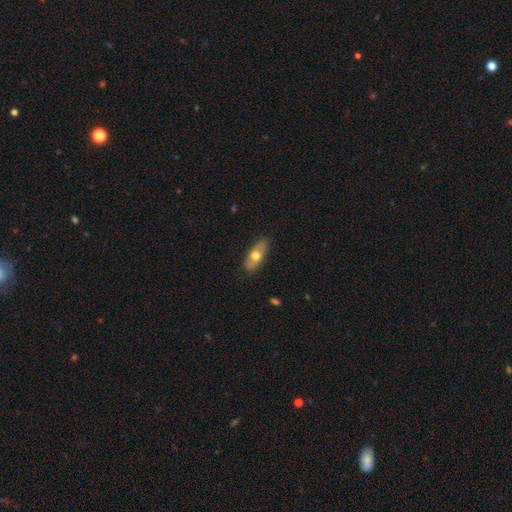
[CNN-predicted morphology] Q: Smooth or featured?
A: smooth (59%); runner-up: featured or disk (36%)
Q: How rounded?
A: in between (80%); runner-up: cigar-shaped (16%)
Q: Merging?
A: none (83%); runner-up: minor disturbance (13%)